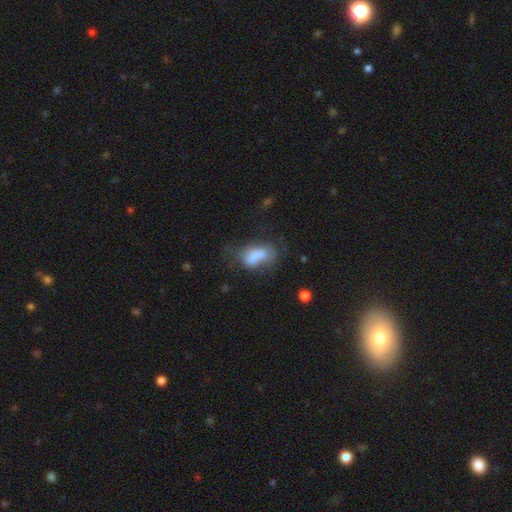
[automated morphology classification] Overall: smooth (67%). How rounded: in between (87%). Merging: major disturbance (33%; none 28%).